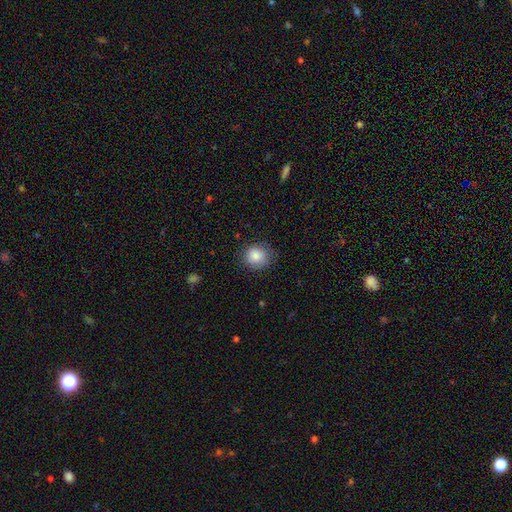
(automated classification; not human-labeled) This appears to be a smooth galaxy with no disk features (86%) that is round (79%). Merging: none (78%).